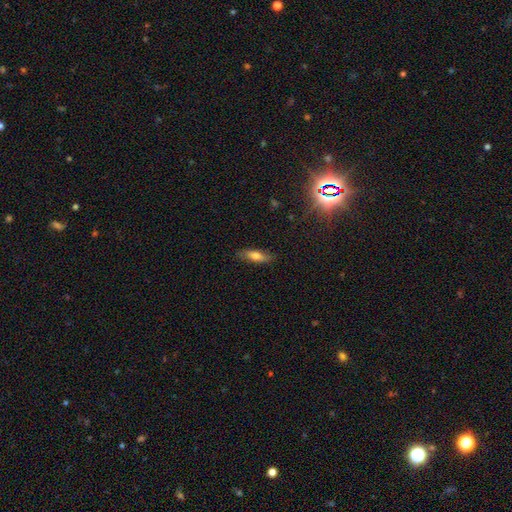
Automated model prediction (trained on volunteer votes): This appears to be a smooth galaxy with no disk features (69%) that is cigar-shaped (49%). Merging: none (85%).